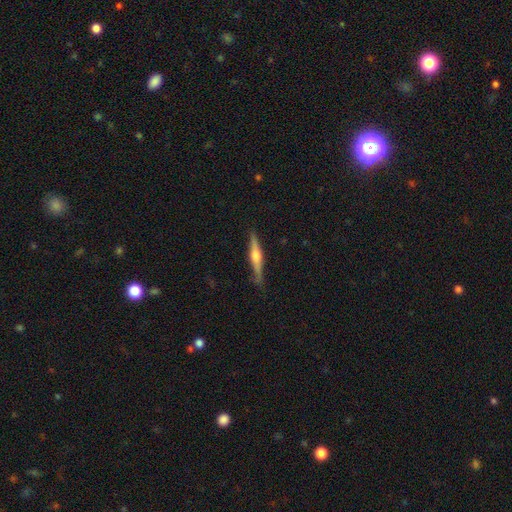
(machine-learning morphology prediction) featured or disk 70%, smooth 25%, star or artifact 5%. Down the decision tree: edge-on disk — yes (98%); edge-on bulge — rounded (89%); merging — none (84%).